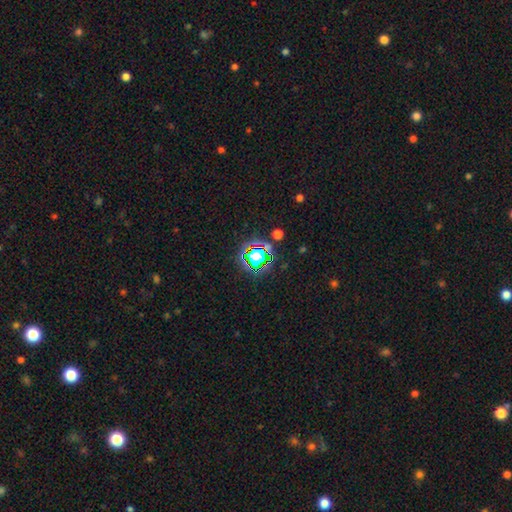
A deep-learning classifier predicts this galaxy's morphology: type=star or artifact (61%).